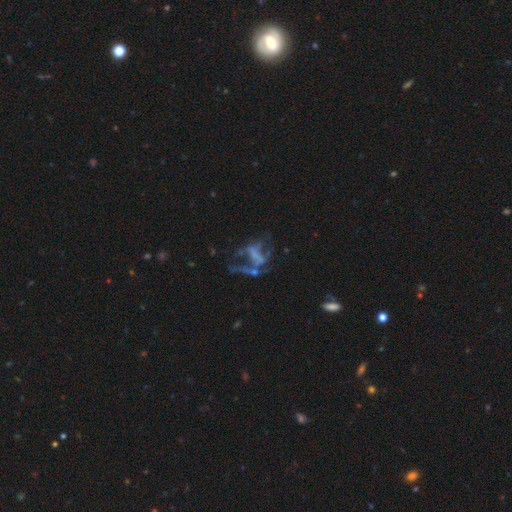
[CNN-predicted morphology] Smooth or featured? Predicted: featured or disk (p=0.60). Edge-on disk? Predicted: no (p=0.95). Bar? Predicted: no (p=0.61). Spiral arms? Predicted: no (p=0.72). Bulge size? Predicted: none (p=0.75). Merging? Predicted: major disturbance (p=0.47).